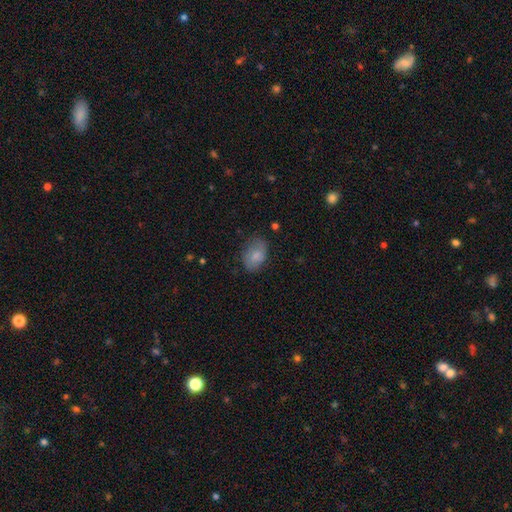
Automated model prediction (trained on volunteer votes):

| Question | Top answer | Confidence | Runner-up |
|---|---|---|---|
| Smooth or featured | smooth | 79% | featured or disk (14%) |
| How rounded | in between | 85% | round (14%) |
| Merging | none | 66% | minor disturbance (25%) |